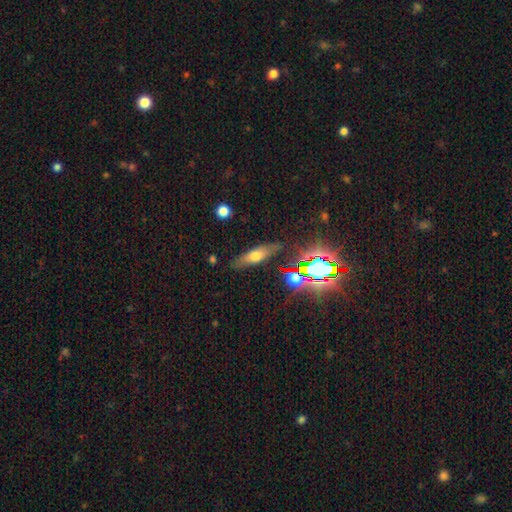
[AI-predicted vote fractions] smooth_or_featured: smooth (p=0.53) [alt: featured or disk p=0.34]
how_rounded: cigar-shaped (p=0.56) [alt: in between p=0.40]
merging: none (p=0.83) [alt: minor disturbance p=0.12]